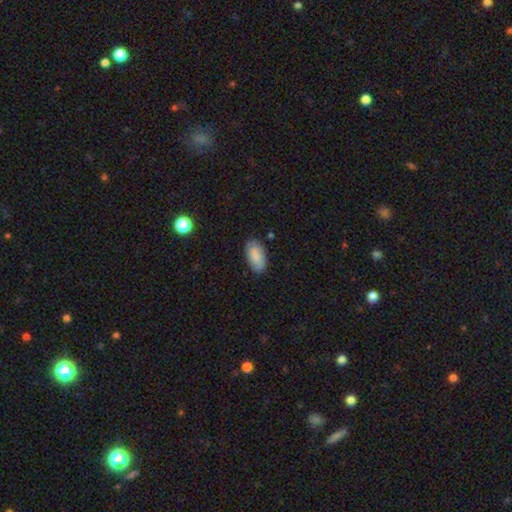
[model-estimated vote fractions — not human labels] This is clearly a smooth galaxy (82%). How rounded: clearly in between (94%). Merging: clearly none (82%).